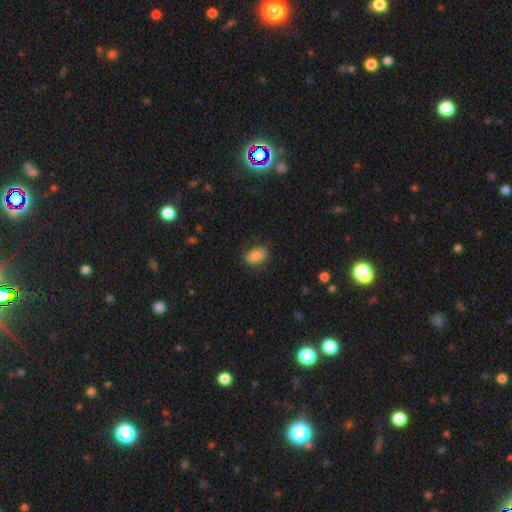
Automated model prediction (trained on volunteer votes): smooth_or_featured: smooth (p=0.82) [alt: featured or disk p=0.10]
how_rounded: in between (p=0.89) [alt: round p=0.09]
merging: none (p=0.77) [alt: minor disturbance p=0.17]